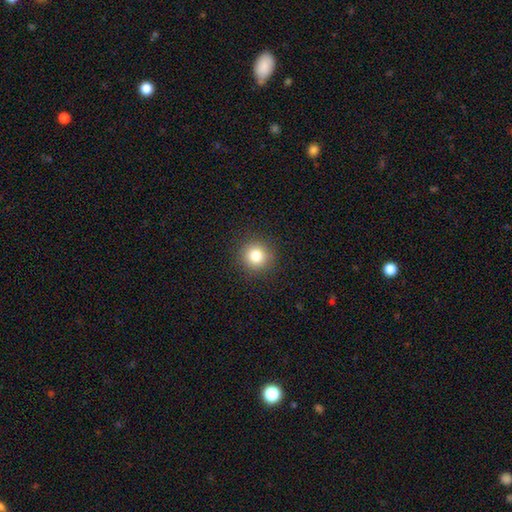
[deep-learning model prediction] This appears to be a smooth galaxy with no disk features (82%) that is round (93%). Merging: none (91%).